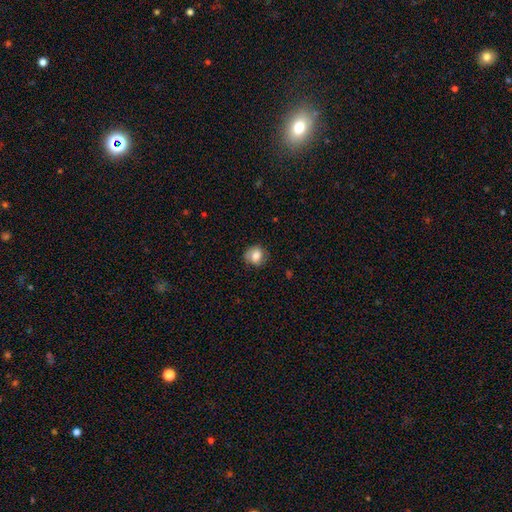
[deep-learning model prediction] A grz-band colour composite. It shows a smooth galaxy with no disk features (73%) that is round (75%). Merging: none (73%).